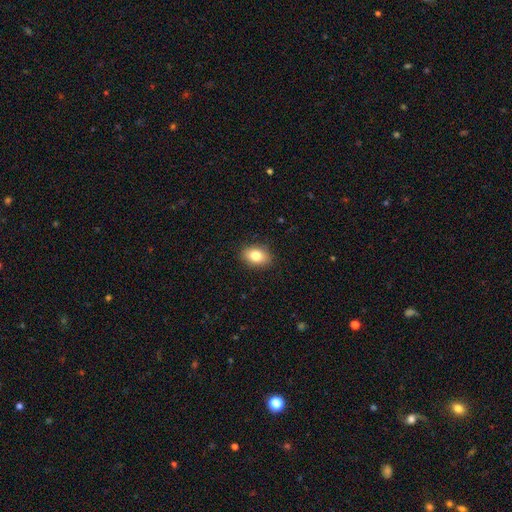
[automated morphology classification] smooth 82%, featured or disk 10%, star or artifact 9%. Down the decision tree: how rounded — in between (81%); merging — none (88%).